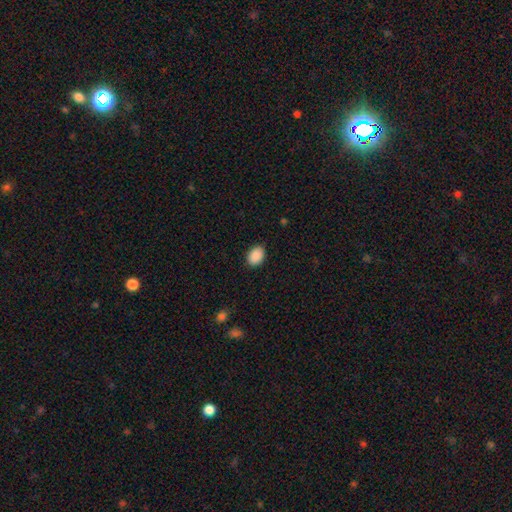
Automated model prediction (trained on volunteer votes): The model was most divided on "how rounded": in between: 80%, round: 19%, cigar-shaped: 1%. More confident: smooth or featured — smooth (90%); merging — none (89%).